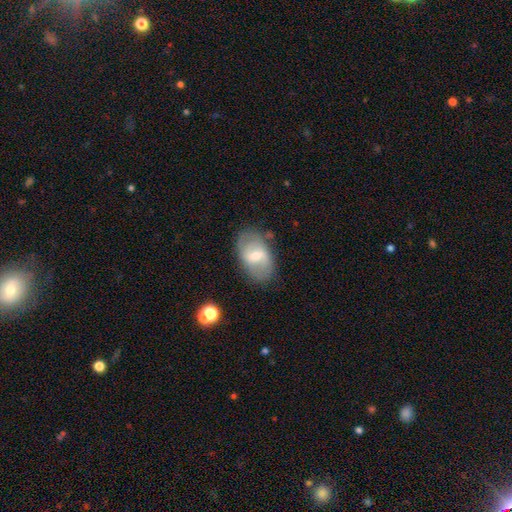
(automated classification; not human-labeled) smooth-or-featured: featured or disk: 55% | smooth: 38% | star or artifact: 7%
  disk-edge-on: no: 94% | yes: 6%
    bar: weak: 54% | strong: 28% | no: 18%
    has-spiral-arms: yes: 65% | no: 35%
    bulge-size: moderate: 49% | small: 42% | large: 4% | none: 3% | dominant: 1%
  merging: none: 75% | minor disturbance: 17% | major disturbance: 6% | merger: 2%